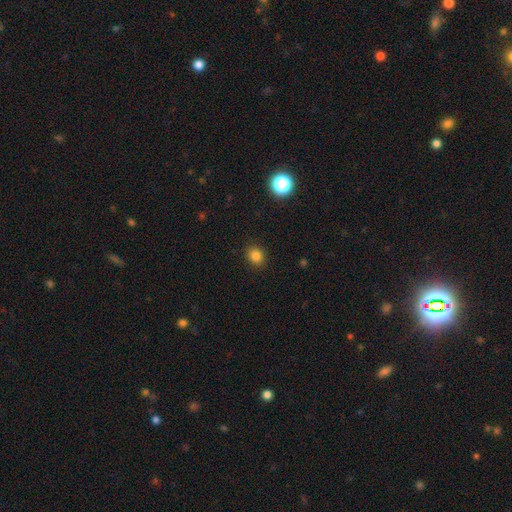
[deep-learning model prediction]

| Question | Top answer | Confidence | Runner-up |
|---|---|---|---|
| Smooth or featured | smooth | 82% | star or artifact (13%) |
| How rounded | round | 65% | in between (34%) |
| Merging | none | 90% | minor disturbance (7%) |